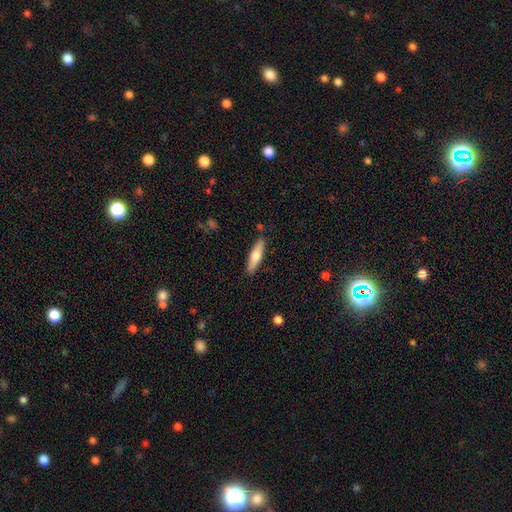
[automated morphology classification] The model was most divided on "smooth or featured": smooth: 63%, featured or disk: 32%, star or artifact: 6%. More confident: merging — none (87%); how rounded — cigar-shaped (73%).